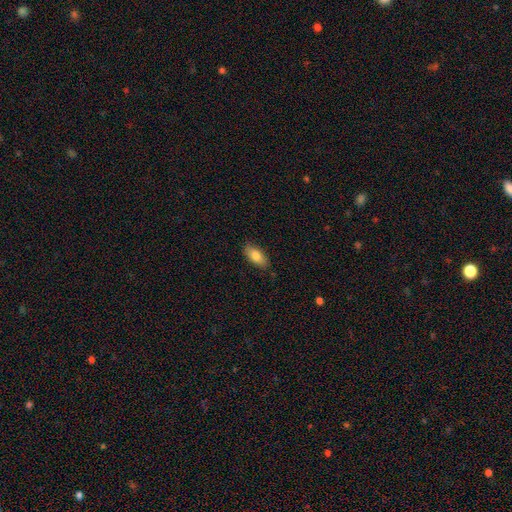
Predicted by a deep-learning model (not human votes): This appears to be a smooth galaxy with no disk features (81%) that is in between round and cigar-shaped (87%). Merging: none (84%).